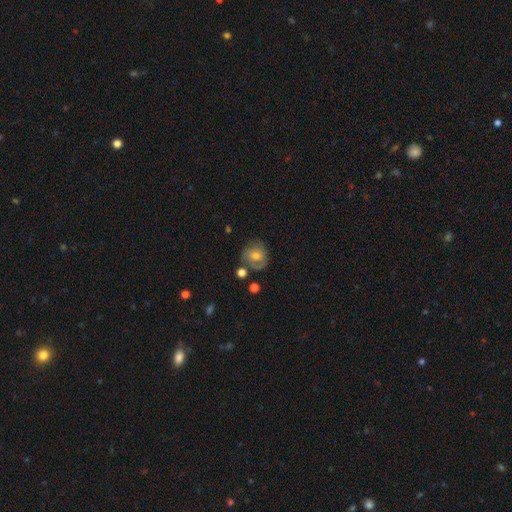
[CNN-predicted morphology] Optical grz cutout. It shows a smooth galaxy with no disk features (49%). Merging: none (65%).